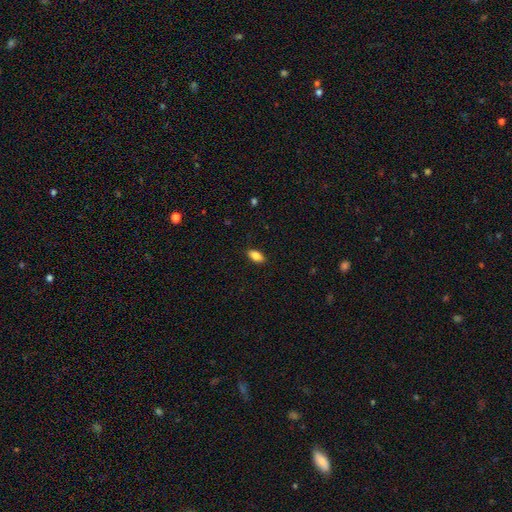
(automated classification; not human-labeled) smooth 86%, star or artifact 8%, featured or disk 7%. Down the decision tree: how rounded — in between (90%); merging — none (88%).